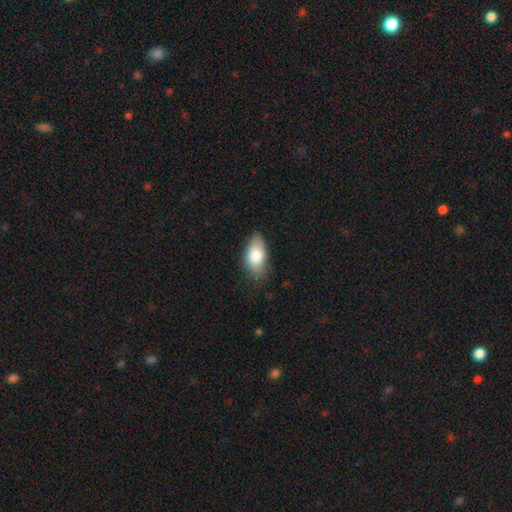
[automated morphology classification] Smooth or featured? Predicted: smooth (p=0.80). How rounded? Predicted: in between (p=0.89). Merging? Predicted: none (p=0.72).